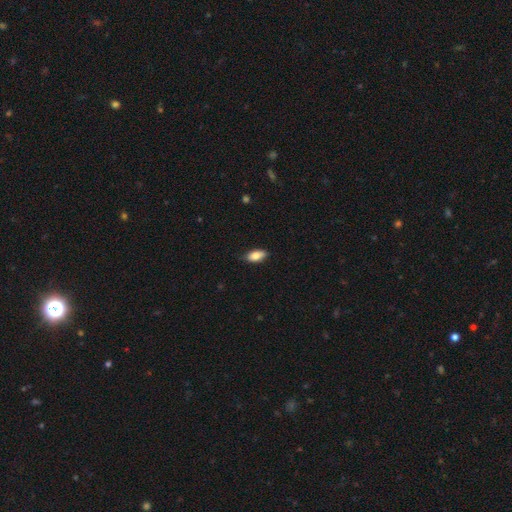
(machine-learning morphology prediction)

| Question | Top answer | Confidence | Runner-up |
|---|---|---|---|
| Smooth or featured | smooth | 82% | featured or disk (12%) |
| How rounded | in between | 88% | cigar-shaped (8%) |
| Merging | none | 83% | minor disturbance (14%) |